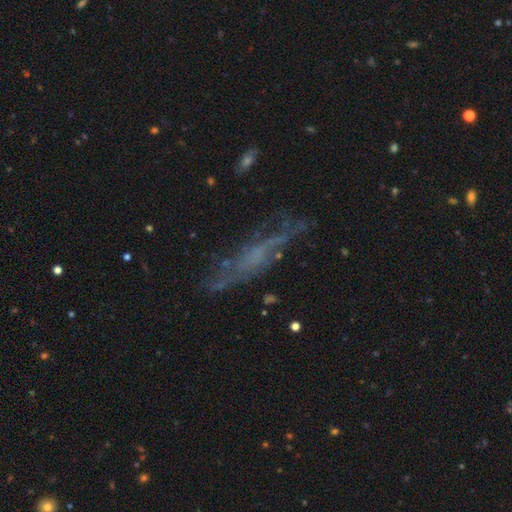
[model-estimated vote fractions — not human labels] This is likely a featured or disk galaxy (61%). It is possibly not viewed edge-on (55%). Merging: possibly none (60%).